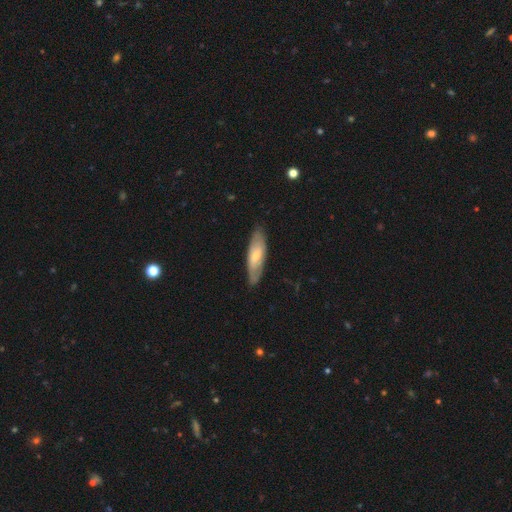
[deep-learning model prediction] A smooth galaxy with no disk features (55%) that is cigar-shaped (49%, tied with in between).

Vote fractions:
- Smooth or featured? smooth: 55% / featured or disk: 40% / star or artifact: 5%
- How rounded? cigar-shaped: 49% (tied) / in between: 49% (tied) / round: 2%
- Merging? none: 82% / minor disturbance: 14% / major disturbance: 3% / merger: 1%